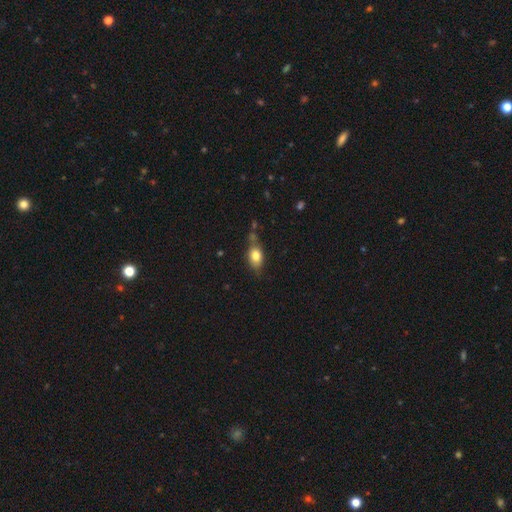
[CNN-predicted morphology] This appears to be a smooth galaxy with no disk features (79%) that is in between round and cigar-shaped (80%). Merging: none (60%).